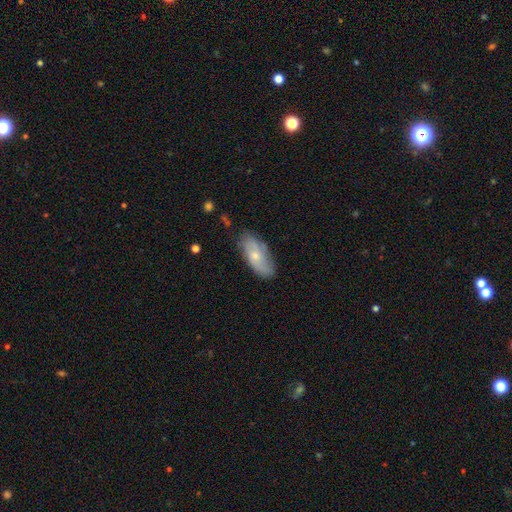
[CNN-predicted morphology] featured or disk 47%, smooth 46%, star or artifact 7%. Down the decision tree: merging — none (73%).